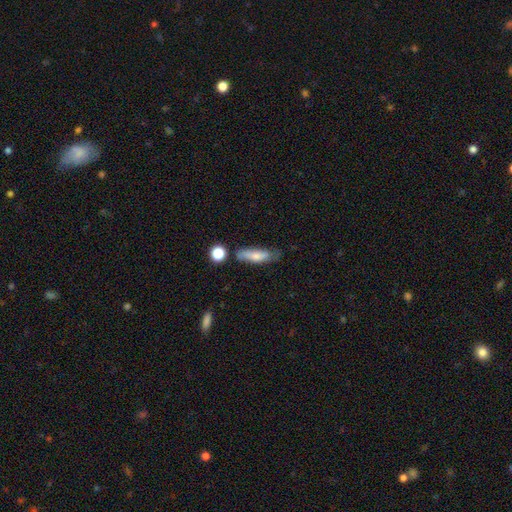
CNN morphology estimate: Q: Smooth or featured?
A: smooth (68%); runner-up: featured or disk (24%)
Q: How rounded?
A: cigar-shaped (50%); runner-up: in between (47%)
Q: Merging?
A: none (56%); runner-up: minor disturbance (28%)